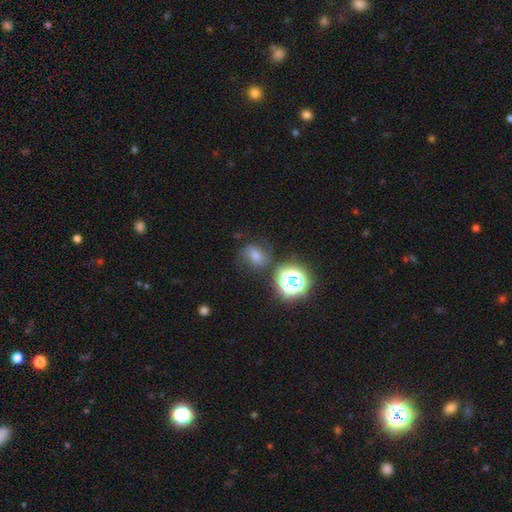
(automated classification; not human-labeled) Smooth or featured? Predicted: featured or disk (p=0.35). Merging? Predicted: none (p=0.65).